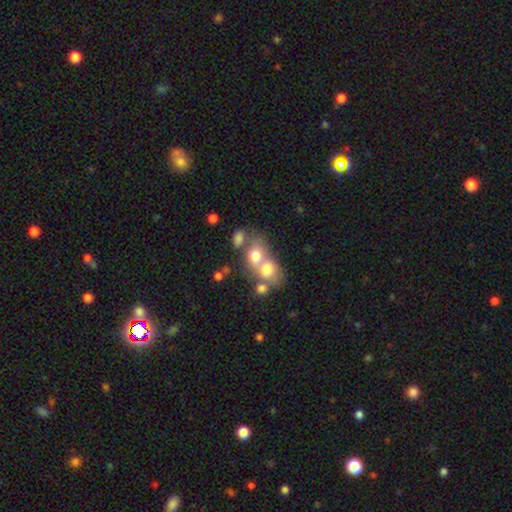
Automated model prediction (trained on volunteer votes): Smooth or featured?
  - smooth: 69% *
  - featured or disk: 20%
  - star or artifact: 11%
How rounded?
  - in between: 50% *
  - round: 48%
  - cigar-shaped: 2%
Merging?
  - merger: 64% *
  - none: 23%
  - minor disturbance: 7%
  - major disturbance: 5%